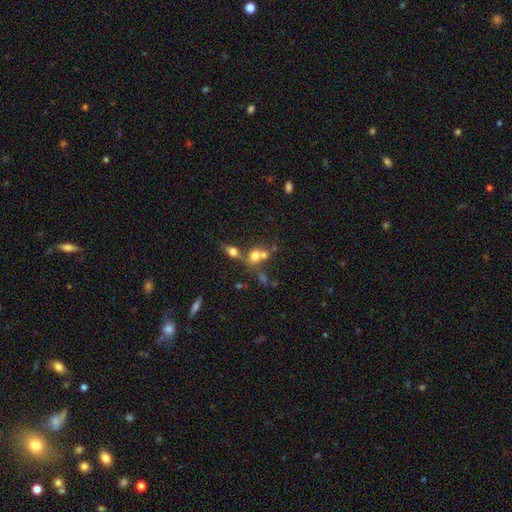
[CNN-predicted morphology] Overall: smooth (67%). How rounded: round (62%; in between 35%). Merging: merger (52%; none 33%).